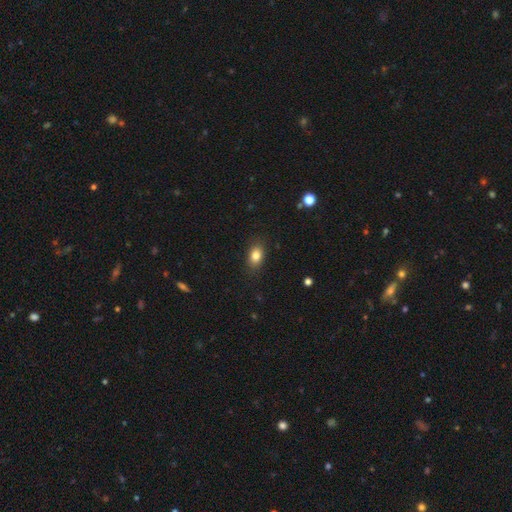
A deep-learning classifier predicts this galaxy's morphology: Smooth or featured? smooth (83%)
How rounded? in between (83%)
Merging? none (86%)